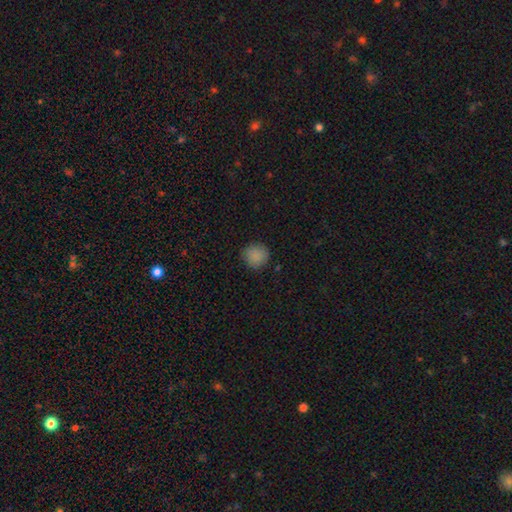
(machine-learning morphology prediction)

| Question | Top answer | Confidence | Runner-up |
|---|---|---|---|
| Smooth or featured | smooth | 87% | star or artifact (10%) |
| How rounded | round | 92% | in between (7%) |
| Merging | none | 87% | minor disturbance (10%) |